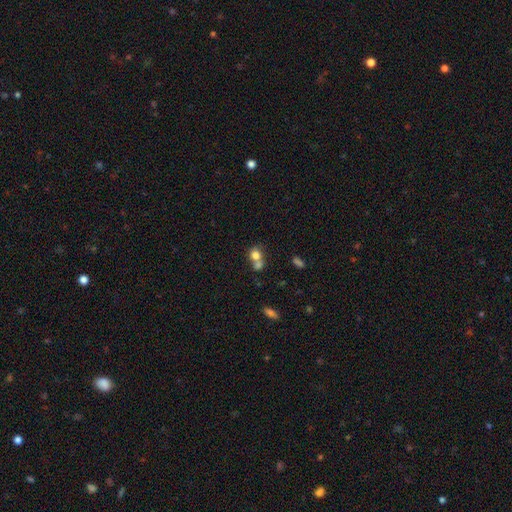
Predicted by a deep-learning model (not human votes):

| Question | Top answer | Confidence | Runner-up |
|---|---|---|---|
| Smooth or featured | smooth | 75% | featured or disk (14%) |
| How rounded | round | 71% | in between (27%) |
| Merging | merger | 59% | none (30%) |